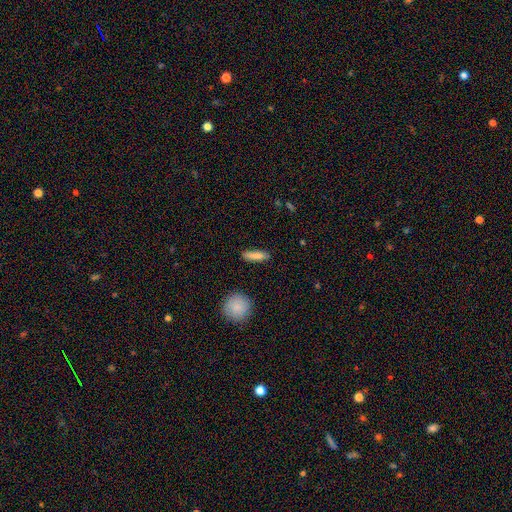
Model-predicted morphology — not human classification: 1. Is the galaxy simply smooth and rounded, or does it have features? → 84% smooth, 10% featured or disk, 7% star or artifact.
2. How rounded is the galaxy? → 66% cigar-shaped, 31% in between, 2% round.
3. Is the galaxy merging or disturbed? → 86% none, 10% minor disturbance, 2% major disturbance, 2% merger.